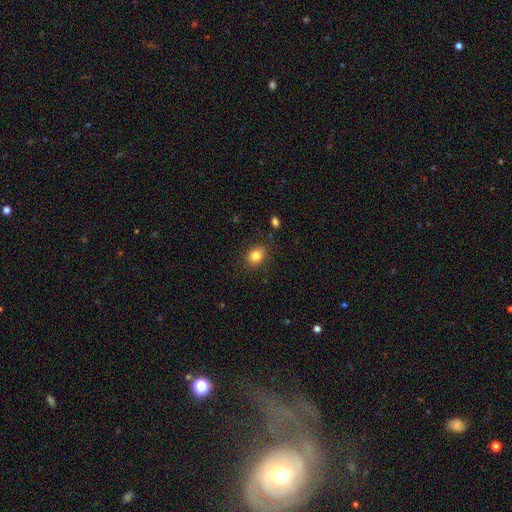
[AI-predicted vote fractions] Smooth or featured: smooth — 83% (star or artifact — 10%)
How rounded: in between — 56% (round — 43%)
Merging: none — 85% (minor disturbance — 10%)